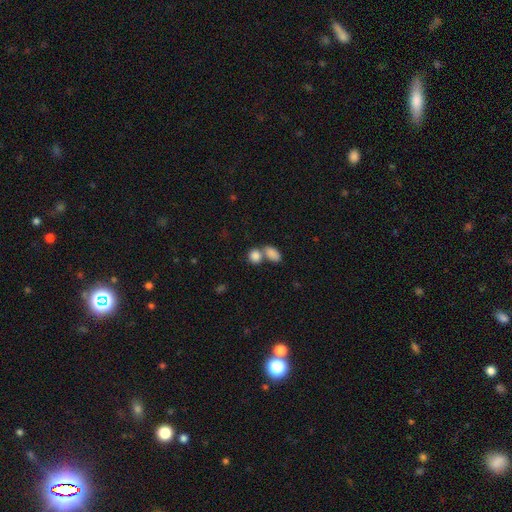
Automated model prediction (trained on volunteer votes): A smooth galaxy with no disk features (86%) that is in between round and cigar-shaped (57%).

Vote fractions:
- Smooth or featured? smooth: 86% / star or artifact: 8% / featured or disk: 6%
- How rounded? in between: 57% / round: 41% / cigar-shaped: 2%
- Merging? merger: 53% / none: 35% / minor disturbance: 8% / major disturbance: 4%